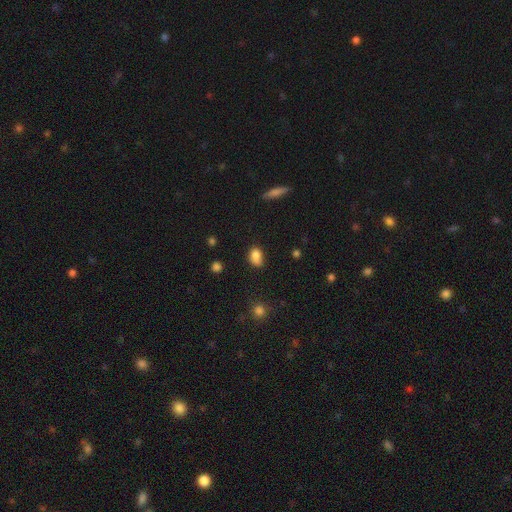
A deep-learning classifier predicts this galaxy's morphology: Smooth or featured? Predicted: smooth (p=0.82). How rounded? Predicted: in between (p=0.73). Merging? Predicted: none (p=0.54).